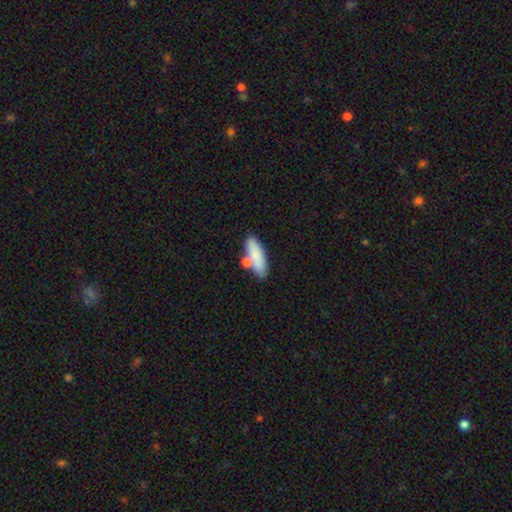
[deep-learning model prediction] smooth_or_featured: smooth (p=0.79) [alt: featured or disk p=0.15]
how_rounded: in between (p=0.56) [alt: cigar-shaped p=0.41]
merging: none (p=0.59) [alt: merger p=0.22]